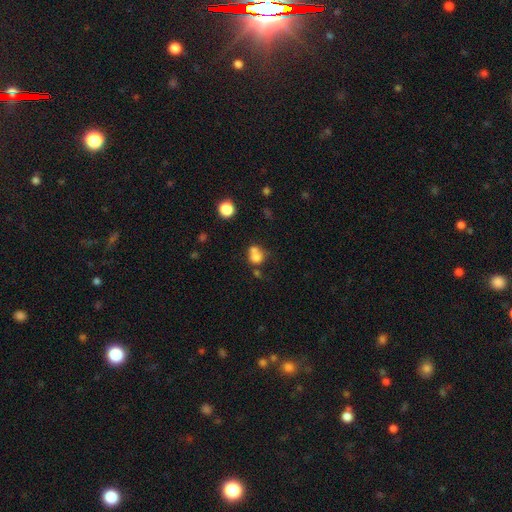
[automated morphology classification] A smooth galaxy with no disk features (71%) that is round (71%).

Vote fractions:
- Smooth or featured? smooth: 71% / featured or disk: 16% / star or artifact: 13%
- How rounded? round: 71% / in between: 28% / cigar-shaped: 1%
- Merging? merger: 52% / none: 32% / minor disturbance: 10% / major disturbance: 6%